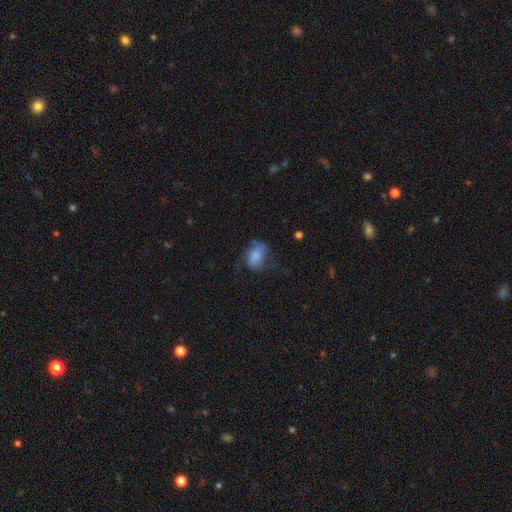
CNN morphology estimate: type=smooth (69%); roundness=in between (75%); merging=major disturbance (36%).